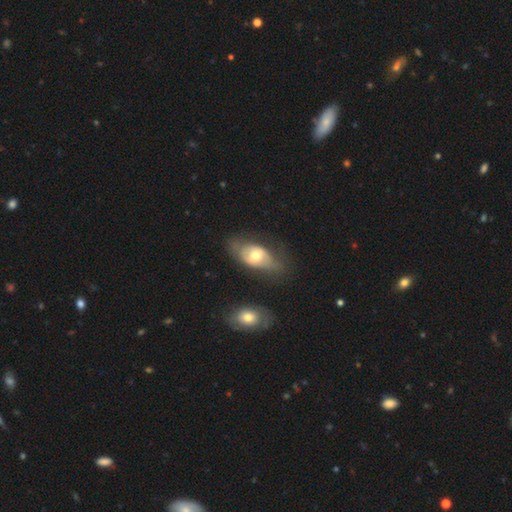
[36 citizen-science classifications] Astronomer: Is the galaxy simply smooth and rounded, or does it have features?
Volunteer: featured or disk — 50% (runner-up: smooth, 44%).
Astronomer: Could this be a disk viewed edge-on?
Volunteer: no — 78%.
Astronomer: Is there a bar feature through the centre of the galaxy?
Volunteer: no — 50% (runner-up: weak, 36%).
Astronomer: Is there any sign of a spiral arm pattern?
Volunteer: no — 79%.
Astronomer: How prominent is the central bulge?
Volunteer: moderate — 71%.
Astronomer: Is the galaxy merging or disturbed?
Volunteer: none — 59%.